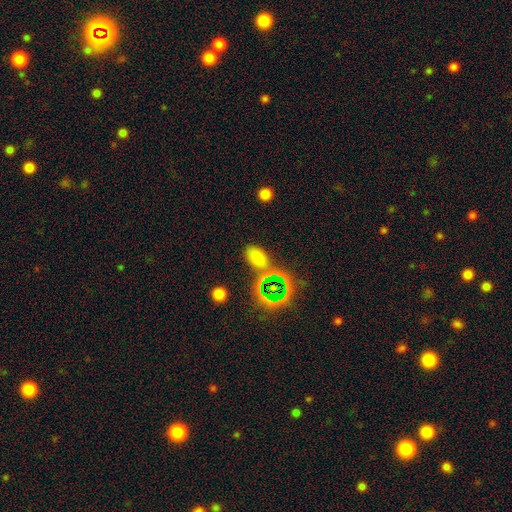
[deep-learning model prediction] smooth-or-featured: smooth: 59% | star or artifact: 27% | featured or disk: 15%
  how-rounded: in between: 78% | round: 19% | cigar-shaped: 4%
  merging: none: 60% | merger: 18% | minor disturbance: 14% | major disturbance: 8%